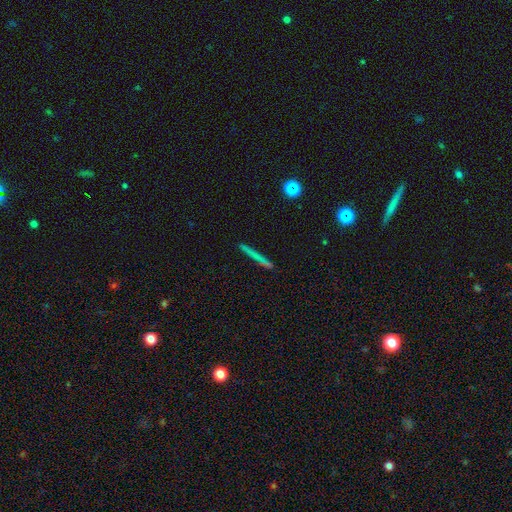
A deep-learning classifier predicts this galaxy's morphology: Smooth or featured? Predicted: smooth (p=0.54). How rounded? Predicted: cigar-shaped (p=0.94). Merging? Predicted: none (p=0.83).